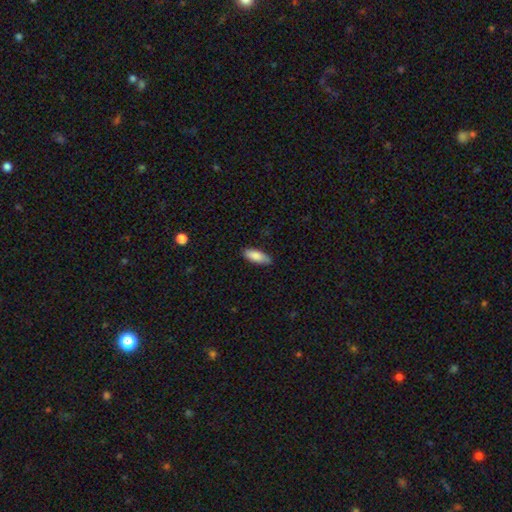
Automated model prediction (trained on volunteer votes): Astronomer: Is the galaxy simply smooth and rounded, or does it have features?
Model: smooth — 86%.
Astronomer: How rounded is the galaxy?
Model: in between — 72%.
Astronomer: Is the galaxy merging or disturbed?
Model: none — 84%.